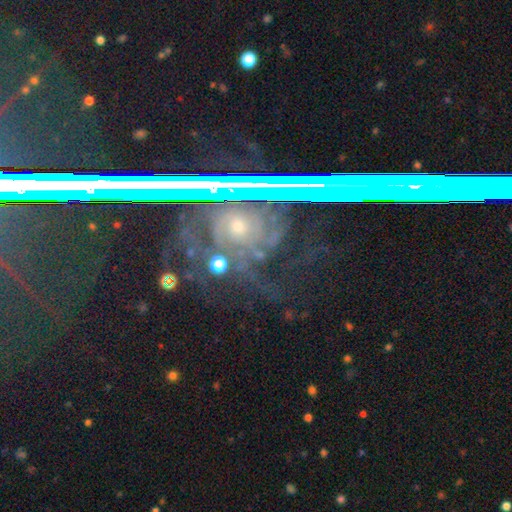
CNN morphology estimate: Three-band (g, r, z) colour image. It shows a star or artifact, not a galaxy (67%).